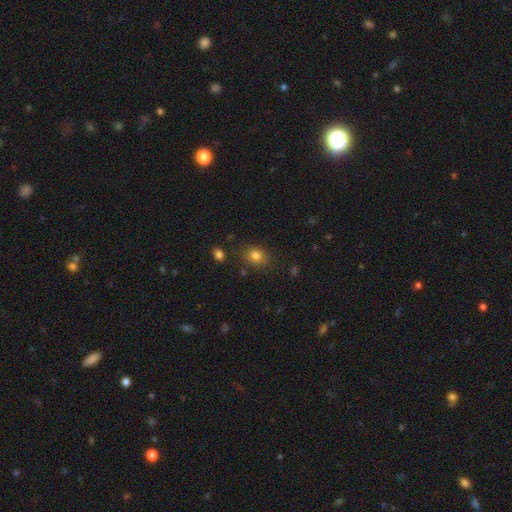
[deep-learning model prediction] smooth 81%, star or artifact 12%, featured or disk 7%. Down the decision tree: how rounded — round (53%); merging — none (82%).